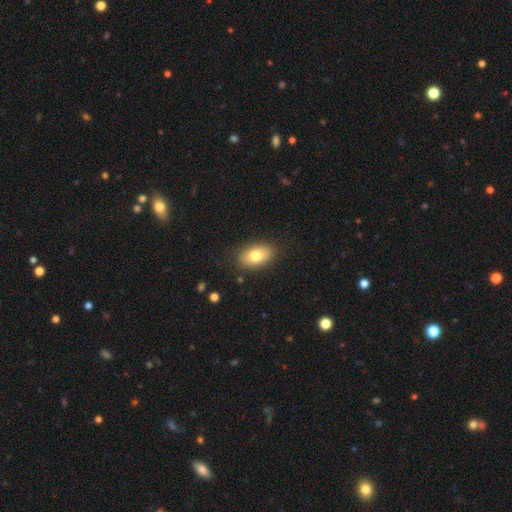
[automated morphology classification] Smooth or featured? Predicted: smooth (p=0.76). How rounded? Predicted: in between (p=0.89). Merging? Predicted: none (p=0.86).